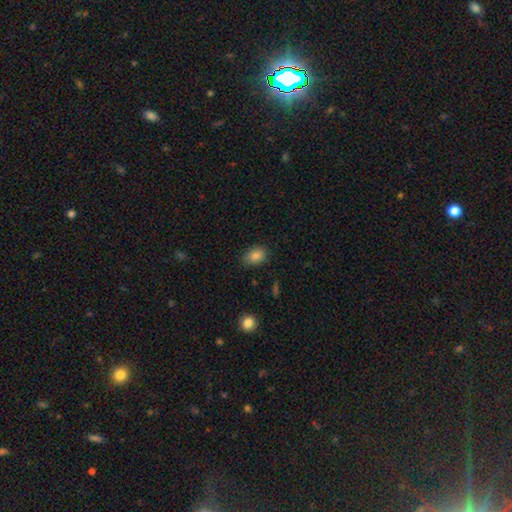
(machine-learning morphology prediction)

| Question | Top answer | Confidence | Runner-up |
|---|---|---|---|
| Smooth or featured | smooth | 86% | star or artifact (9%) |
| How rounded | in between | 77% | round (22%) |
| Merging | none | 84% | minor disturbance (12%) |